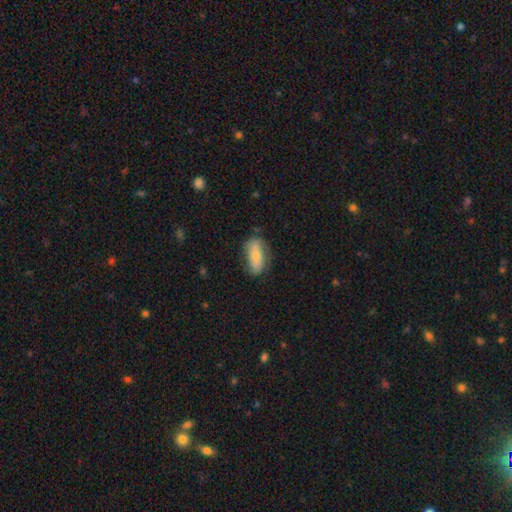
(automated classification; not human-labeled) Smooth or featured? smooth (67%)
How rounded? in between (81%)
Merging? none (70%)